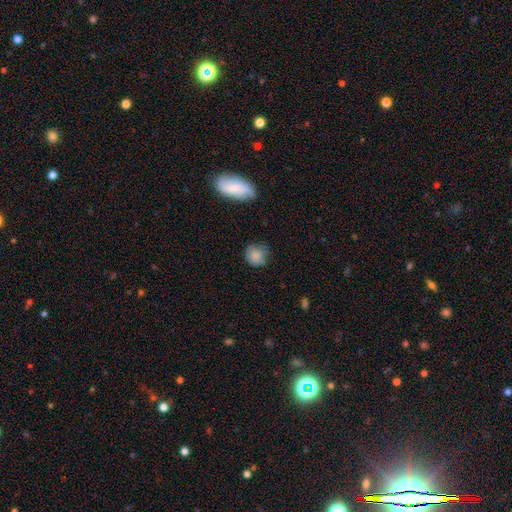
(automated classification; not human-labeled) smooth 81%, featured or disk 10%, star or artifact 9%. Down the decision tree: how rounded — round (82%); merging — none (66%).